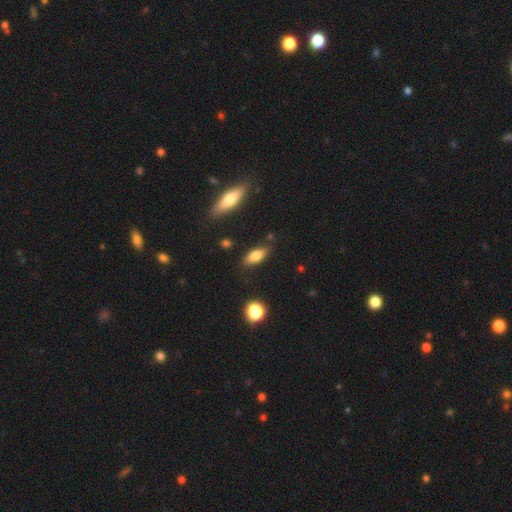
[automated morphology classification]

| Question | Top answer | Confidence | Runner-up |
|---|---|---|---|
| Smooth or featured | smooth | 77% | featured or disk (15%) |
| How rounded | in between | 78% | cigar-shaped (18%) |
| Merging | none | 82% | minor disturbance (12%) |